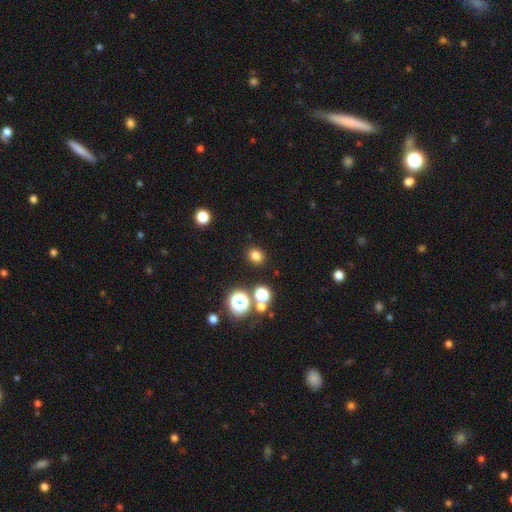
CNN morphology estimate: Smooth or featured: smooth — 78% (star or artifact — 17%)
How rounded: round — 64% (in between — 35%)
Merging: none — 87% (minor disturbance — 7%)